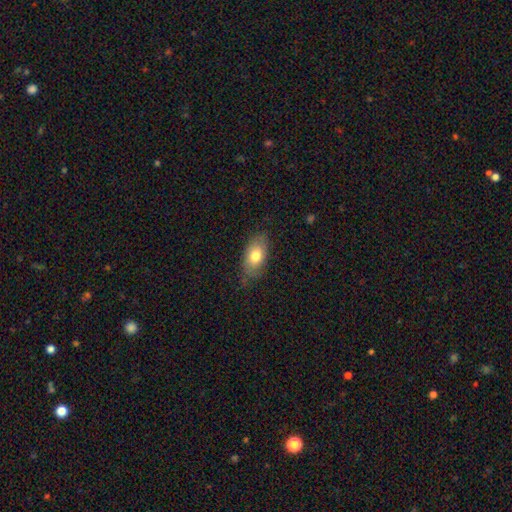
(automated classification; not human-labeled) Overall: smooth (75%). How rounded: in between (90%). Merging: none (75%).